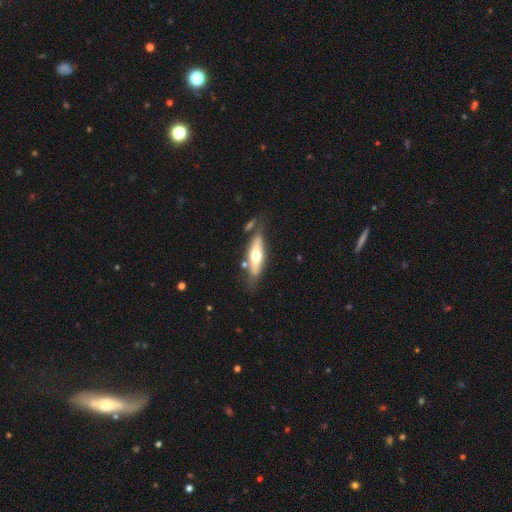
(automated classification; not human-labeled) Q: Smooth or featured?
A: featured or disk (50%); runner-up: smooth (45%)
Q: Merging?
A: none (68%); runner-up: minor disturbance (17%)